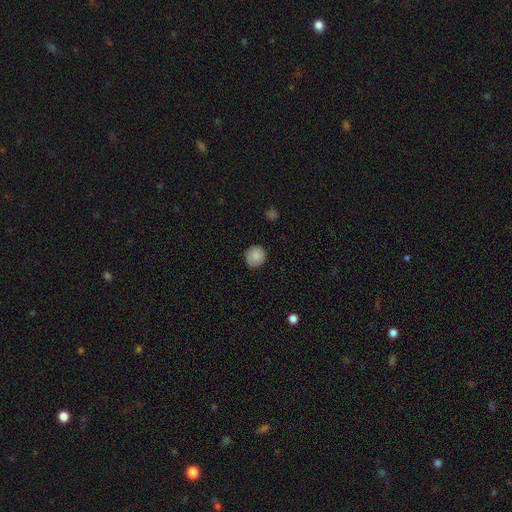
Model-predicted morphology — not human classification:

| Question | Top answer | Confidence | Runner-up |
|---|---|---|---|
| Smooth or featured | smooth | 85% | star or artifact (8%) |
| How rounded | round | 90% | in between (9%) |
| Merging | none | 86% | minor disturbance (10%) |